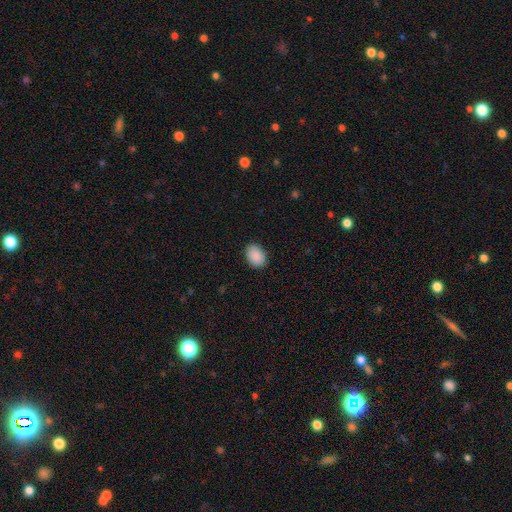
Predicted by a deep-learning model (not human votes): smooth-or-featured: smooth: 90% | star or artifact: 7% | featured or disk: 3%
  how-rounded: in between: 73% | round: 26% | cigar-shaped: 1%
  merging: none: 88% | minor disturbance: 9% | major disturbance: 2% | merger: 1%